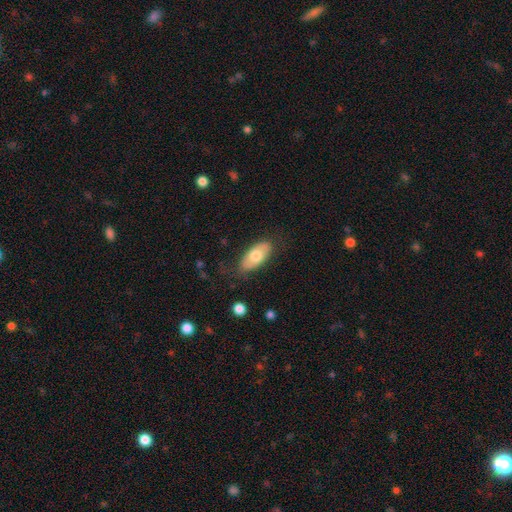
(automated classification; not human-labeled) Q: Smooth or featured?
A: smooth (68%); runner-up: featured or disk (26%)
Q: How rounded?
A: in between (90%); runner-up: cigar-shaped (7%)
Q: Merging?
A: none (77%); runner-up: minor disturbance (17%)